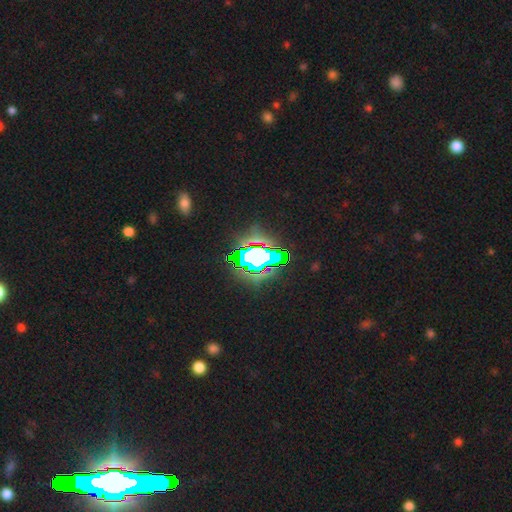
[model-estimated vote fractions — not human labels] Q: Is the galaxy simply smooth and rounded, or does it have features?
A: star or artifact — 69%.